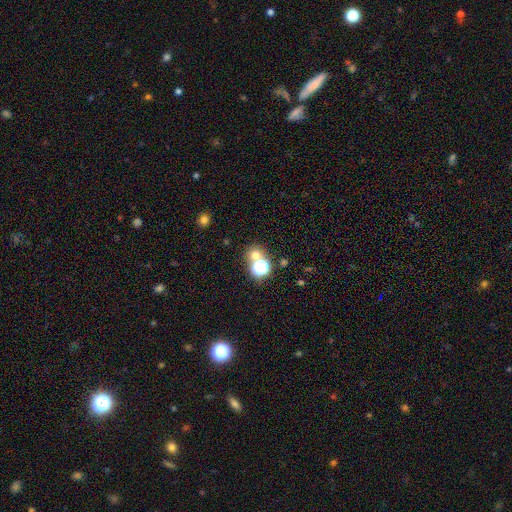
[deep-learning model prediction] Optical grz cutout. It shows a smooth galaxy with no disk features (59%) that is round (84%). Merging: none (62%).